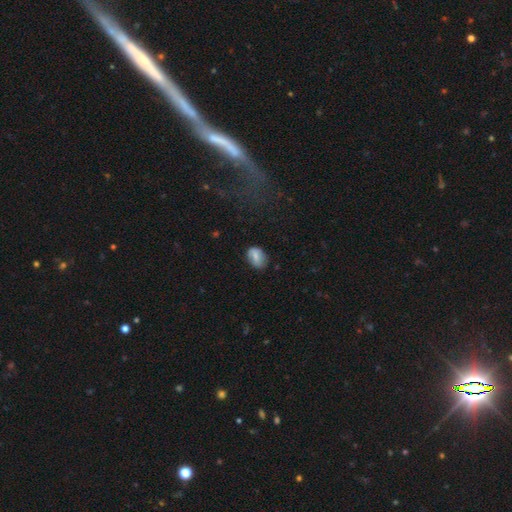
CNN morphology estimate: Overall: smooth (68%). How rounded: in between (77%). Merging: none (72%).